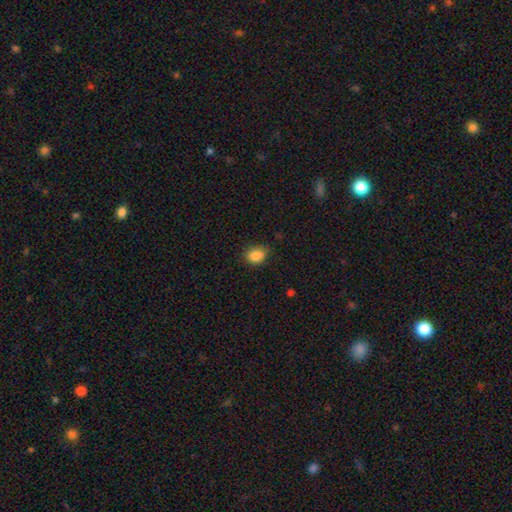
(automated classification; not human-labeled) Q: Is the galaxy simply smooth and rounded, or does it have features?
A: smooth — 86%.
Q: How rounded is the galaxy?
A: in between — 55%.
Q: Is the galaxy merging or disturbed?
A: none — 75%.